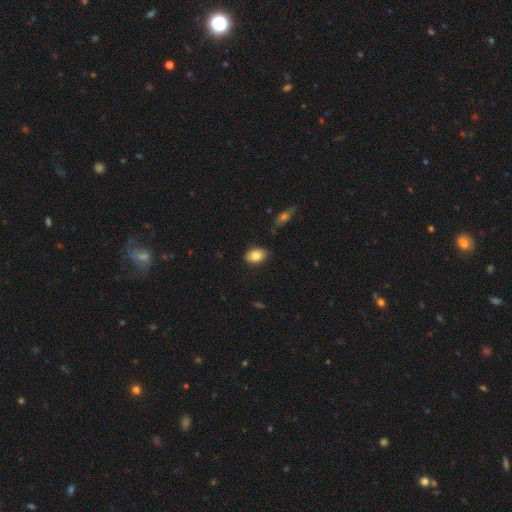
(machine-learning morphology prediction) Overall: smooth (84%). How rounded: in between (87%). Merging: none (86%).